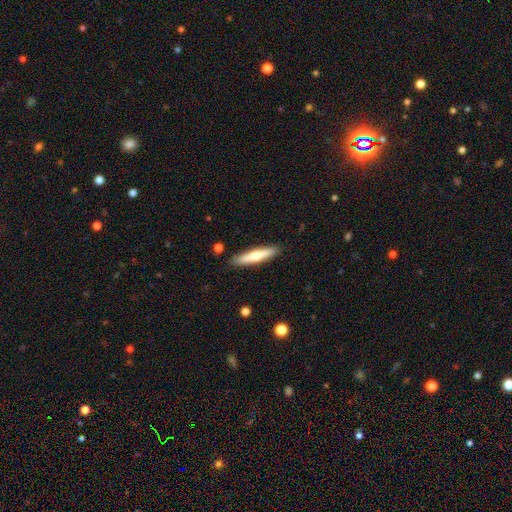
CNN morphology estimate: smooth 55%, featured or disk 39%, star or artifact 5%. Down the decision tree: how rounded — cigar-shaped (87%); merging — none (90%).